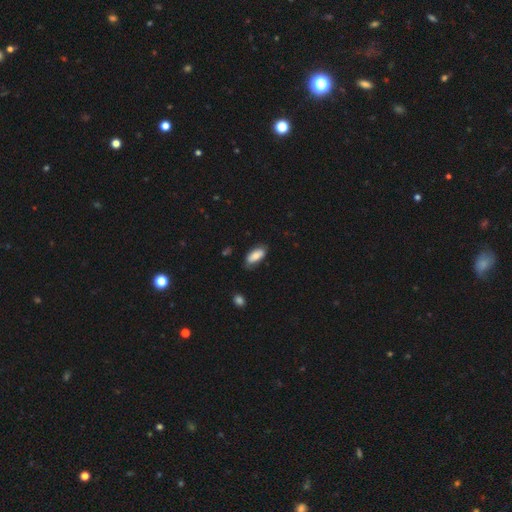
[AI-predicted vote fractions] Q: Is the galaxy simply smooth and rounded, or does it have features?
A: smooth — 78%.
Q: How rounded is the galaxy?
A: in between — 88%.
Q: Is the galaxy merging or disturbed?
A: none — 72%.